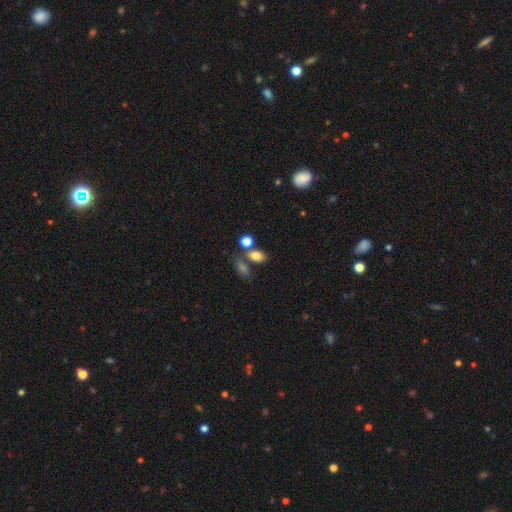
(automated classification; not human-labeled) The model was most divided on "merging": none: 58%, merger: 25%, minor disturbance: 12%, major disturbance: 5%. More confident: smooth or featured — smooth (80%); how rounded — in between (78%).